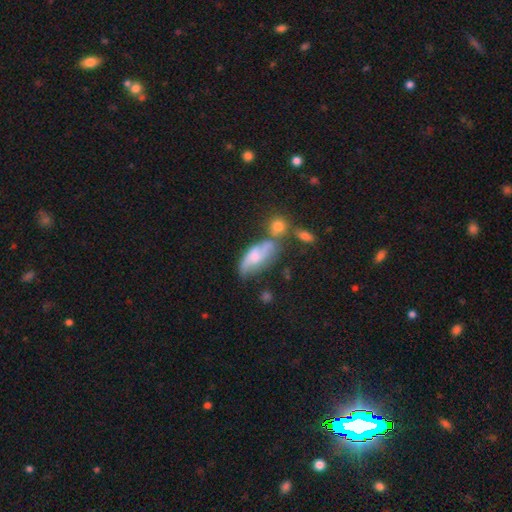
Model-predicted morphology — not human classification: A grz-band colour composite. It shows a smooth galaxy with no disk features (48%). Merging: none (35%).